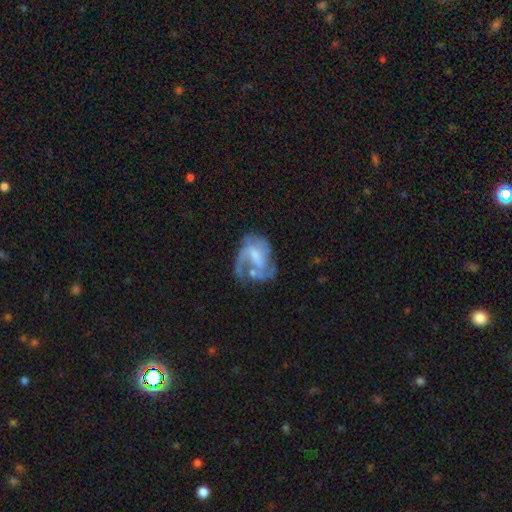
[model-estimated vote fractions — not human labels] Smooth or featured? Predicted: featured or disk (p=0.74). Edge-on disk? Predicted: no (p=0.98). Bar? Predicted: weak (p=0.47). Spiral arms? Predicted: yes (p=0.80). Spiral winding? Predicted: medium (p=0.44). Spiral arm count? Predicted: 2 (p=0.29). Bulge size? Predicted: moderate (p=0.37). Merging? Predicted: none (p=0.36).